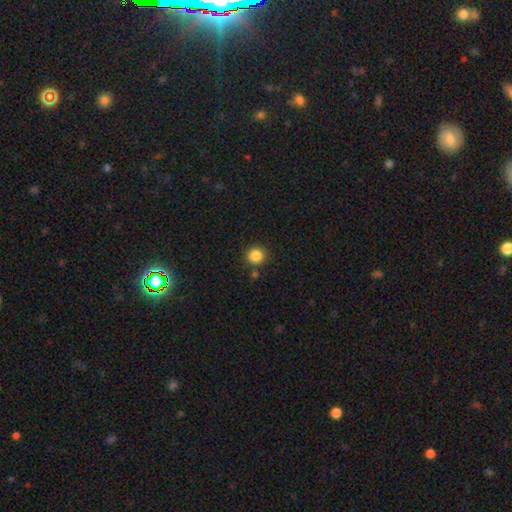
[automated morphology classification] type=smooth (85%); roundness=round (92%); merging=none (87%).